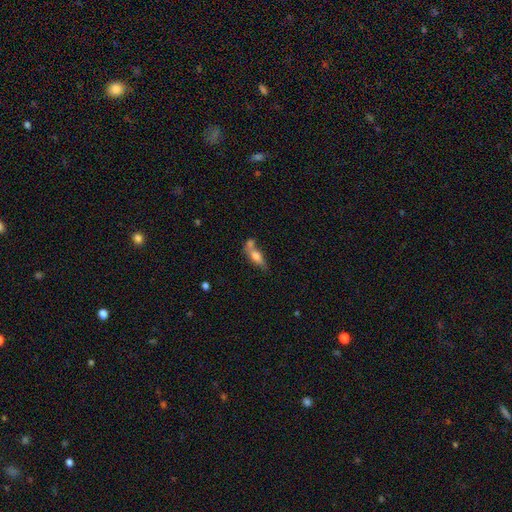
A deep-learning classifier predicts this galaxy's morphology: Smooth or featured? Predicted: smooth (p=0.62). How rounded? Predicted: in between (p=0.60). Merging? Predicted: none (p=0.39, tied with merger).